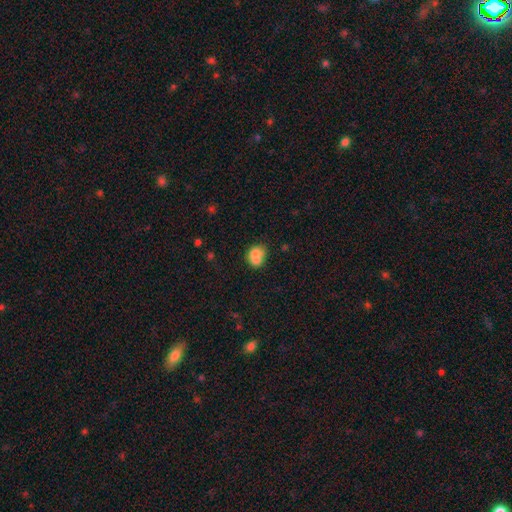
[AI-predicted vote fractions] Smooth or featured? smooth (75%)
How rounded? round (51%)
Merging? merger (53%)